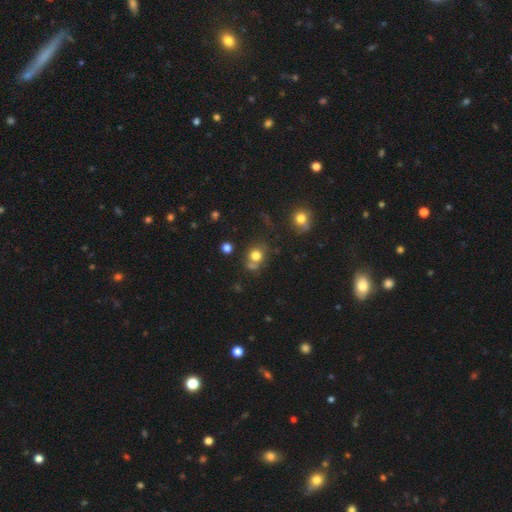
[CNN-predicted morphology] smooth 75%, star or artifact 15%, featured or disk 10%. Down the decision tree: how rounded — round (79%); merging — none (59%).